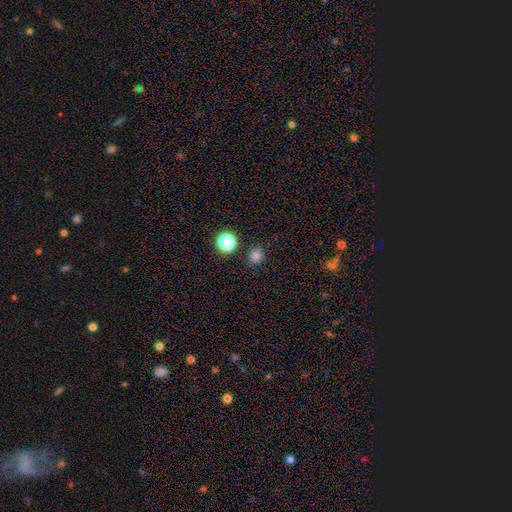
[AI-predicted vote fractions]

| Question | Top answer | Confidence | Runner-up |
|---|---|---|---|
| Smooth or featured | smooth | 76% | star or artifact (19%) |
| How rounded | round | 79% | in between (20%) |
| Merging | none | 85% | minor disturbance (9%) |